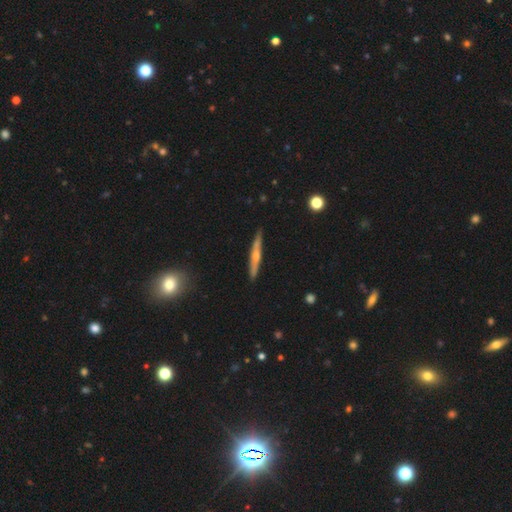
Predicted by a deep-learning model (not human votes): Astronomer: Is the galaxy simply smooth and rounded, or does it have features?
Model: featured or disk — 57% (runner-up: smooth, 37%).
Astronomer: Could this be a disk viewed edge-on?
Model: yes — 95%.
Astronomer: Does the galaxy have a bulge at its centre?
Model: rounded — 70%.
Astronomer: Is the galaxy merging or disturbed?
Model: none — 86%.